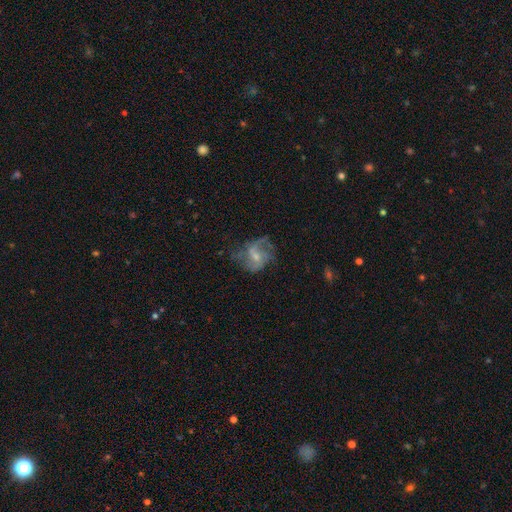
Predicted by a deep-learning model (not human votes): A featured or disk galaxy (70%) with a weak bar (46%), 2 (52%) loose (44%) spiral arms (81%) and a small central bulge (52%). Merging: none (46%).